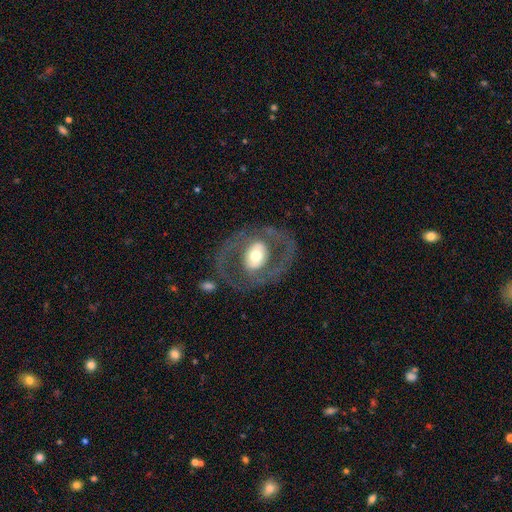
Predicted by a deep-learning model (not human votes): Morphology: type=featured or disk (72%); edge-on=no (94%); bar=no (52%); spiral arms=no (51%); bulge=moderate (59%); merging=none (75%).